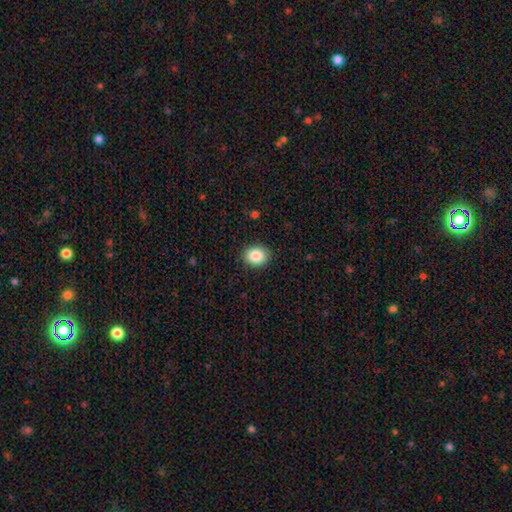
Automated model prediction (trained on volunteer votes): A smooth galaxy with no disk features (87%) that is round (63%). Merging: none (89%).